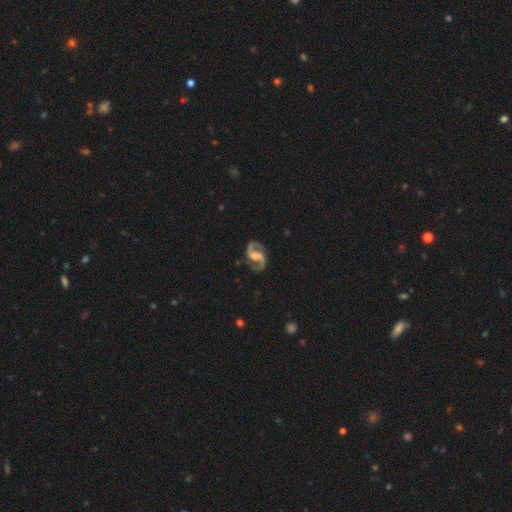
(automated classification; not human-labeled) Morphology: type=featured or disk (92%); edge-on=no (98%); bar=weak (48%); spiral arms=yes (98%); winding=medium (55%); arm count=2 (95%); bulge=moderate (34%); merging=none (83%).